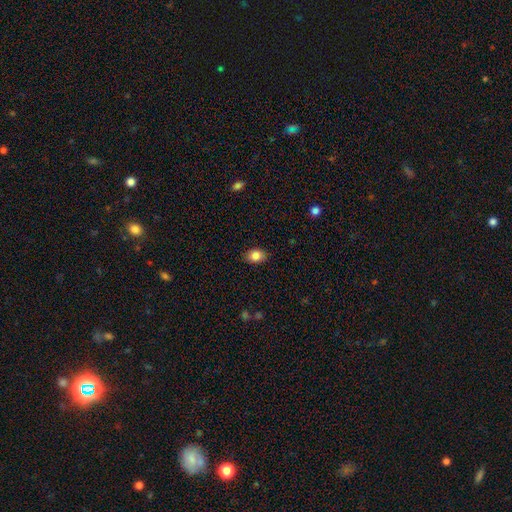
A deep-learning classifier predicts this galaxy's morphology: smooth_or_featured: smooth (p=0.85) [alt: star or artifact p=0.09]
how_rounded: in between (p=0.71) [alt: round p=0.28]
merging: none (p=0.86) [alt: minor disturbance p=0.11]